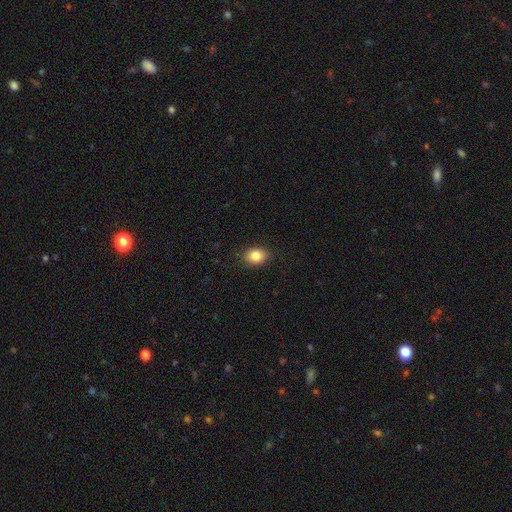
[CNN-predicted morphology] smooth-or-featured: smooth: 85% | star or artifact: 9% | featured or disk: 6%
  how-rounded: in between: 67% | round: 32% | cigar-shaped: 1%
  merging: none: 86% | minor disturbance: 10% | major disturbance: 2% | merger: 1%